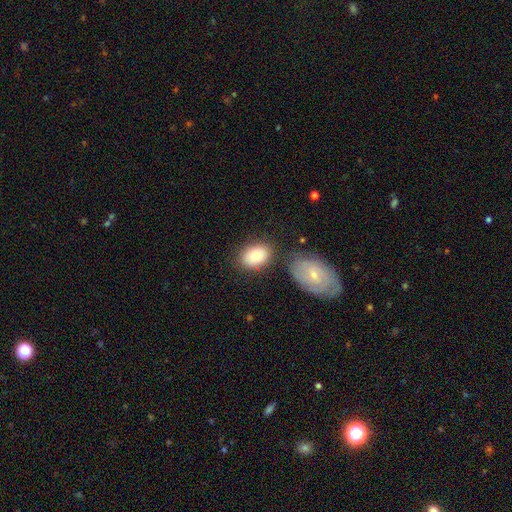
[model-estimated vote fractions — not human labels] This appears to be a smooth galaxy with no disk features (82%) that is in between round and cigar-shaped (80%). Merging: none (72%).